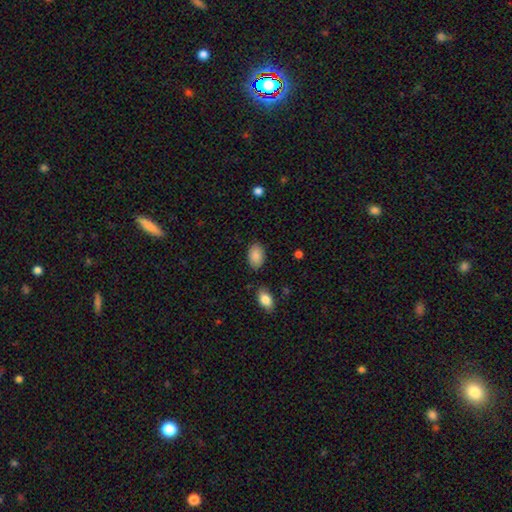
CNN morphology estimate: This appears to be a smooth galaxy with no disk features (89%) that is in between round and cigar-shaped (91%). Merging: none (82%).